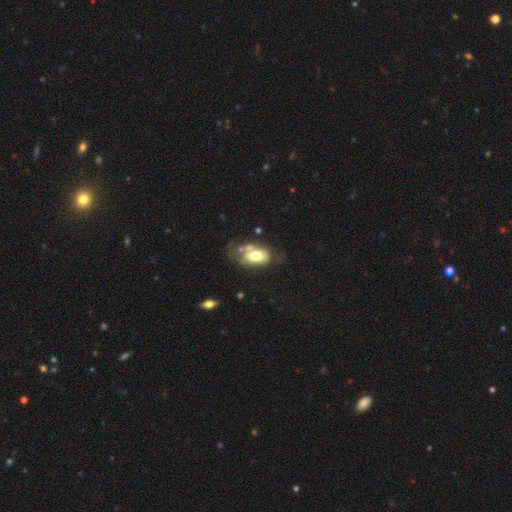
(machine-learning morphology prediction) This appears to be a smooth galaxy with no disk features (59%) that is in between round and cigar-shaped (87%). Merging: none (30%).